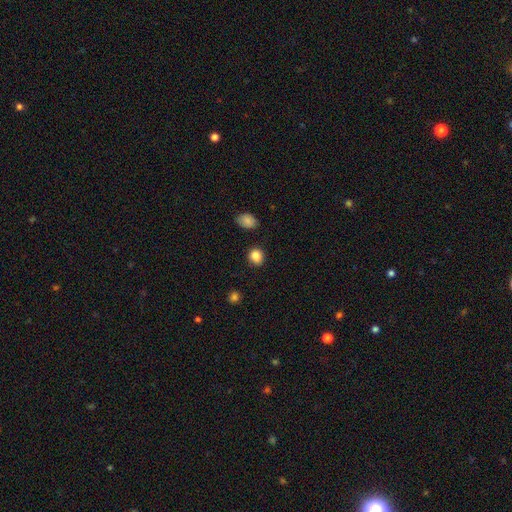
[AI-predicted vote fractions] This appears to be a smooth galaxy with no disk features (86%) that is round (69%). Merging: none (84%).